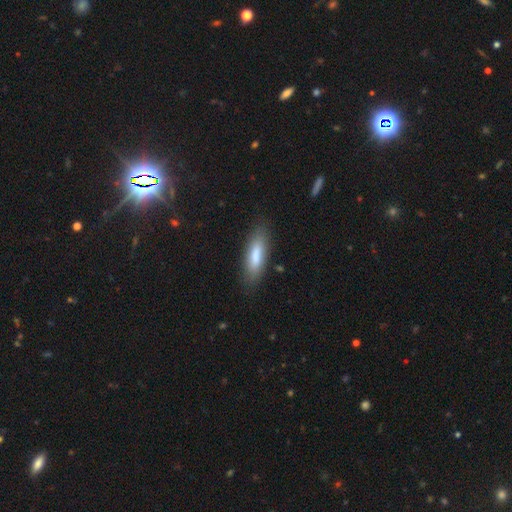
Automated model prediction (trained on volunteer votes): Smooth or featured: smooth — 78% (featured or disk — 15%)
How rounded: cigar-shaped — 55% (in between — 44%)
Merging: none — 82% (minor disturbance — 13%)